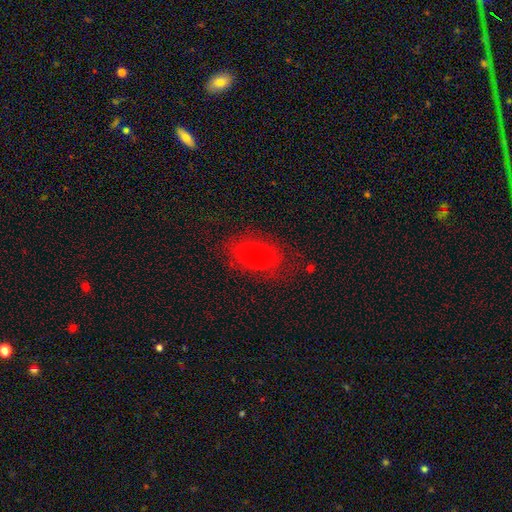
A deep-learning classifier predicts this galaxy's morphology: type=smooth (68%); roundness=in between (88%); merging=none (64%).